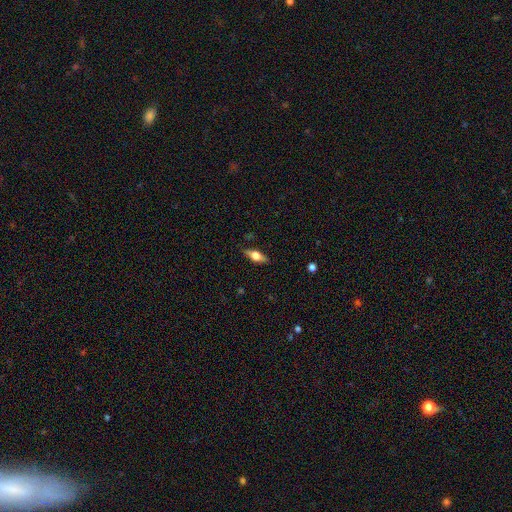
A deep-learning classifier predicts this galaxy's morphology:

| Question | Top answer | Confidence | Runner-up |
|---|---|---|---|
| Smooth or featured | featured or disk | 52% | smooth (41%) |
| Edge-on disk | yes | 92% | no (8%) |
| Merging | none | 86% | minor disturbance (11%) |